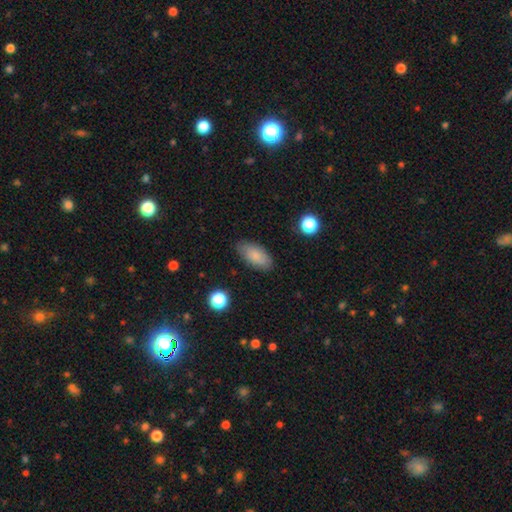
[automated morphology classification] smooth_or_featured: smooth (p=0.82) [alt: featured or disk p=0.11]
how_rounded: in between (p=0.92) [alt: cigar-shaped p=0.06]
merging: none (p=0.83) [alt: minor disturbance p=0.13]